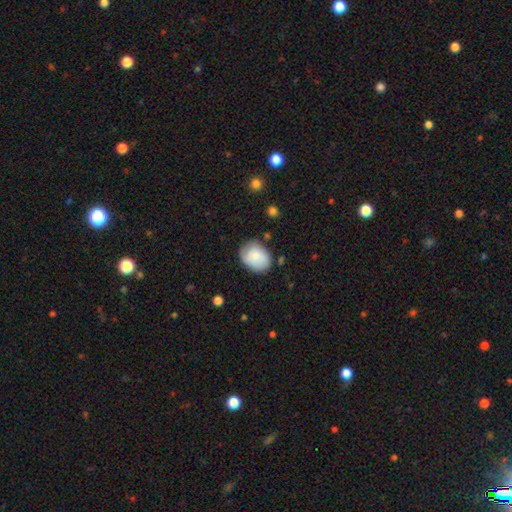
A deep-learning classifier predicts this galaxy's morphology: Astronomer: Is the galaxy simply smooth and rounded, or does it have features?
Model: smooth — 78%.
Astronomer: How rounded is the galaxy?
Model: in between — 63%.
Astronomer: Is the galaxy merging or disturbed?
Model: none — 69%.